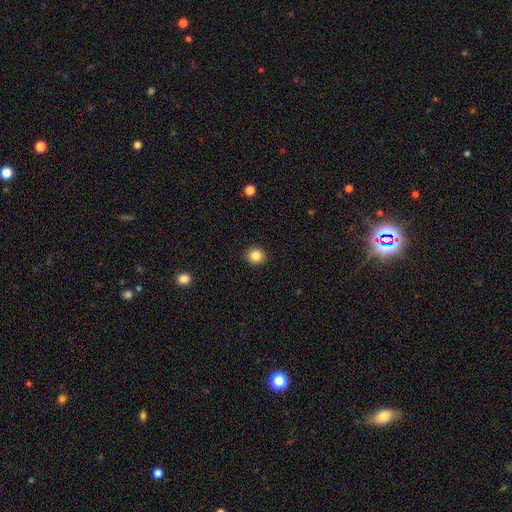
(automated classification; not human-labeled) smooth 85%, star or artifact 11%, featured or disk 5%. Down the decision tree: how rounded — round (90%); merging — none (92%).